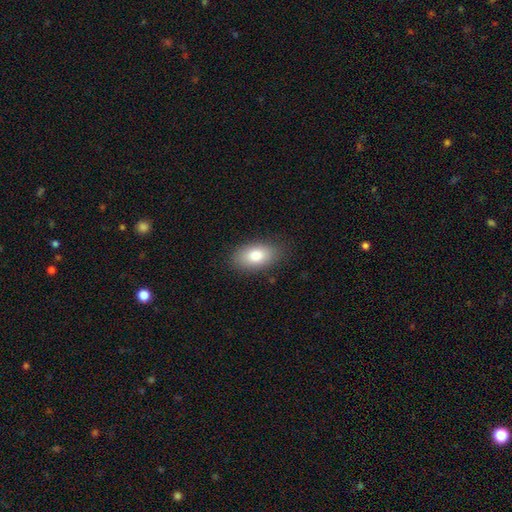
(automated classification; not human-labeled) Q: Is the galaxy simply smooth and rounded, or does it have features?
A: smooth — 81%.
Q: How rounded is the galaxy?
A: in between — 91%.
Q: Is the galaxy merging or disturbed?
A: none — 84%.